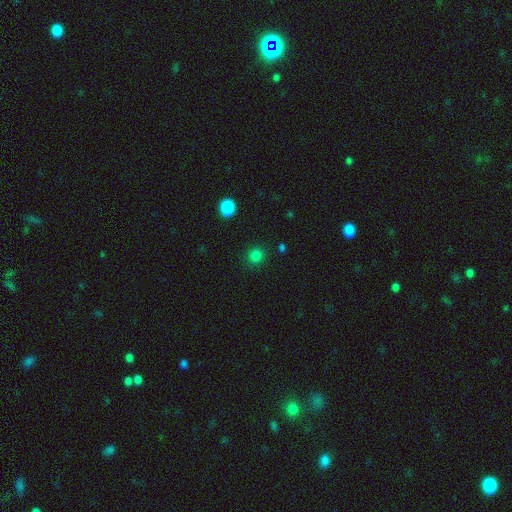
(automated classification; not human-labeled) smooth-or-featured: smooth: 82% | star or artifact: 15% | featured or disk: 3%
  how-rounded: round: 90% | in between: 9% | cigar-shaped: 1%
  merging: none: 89% | minor disturbance: 7% | major disturbance: 3% | merger: 2%